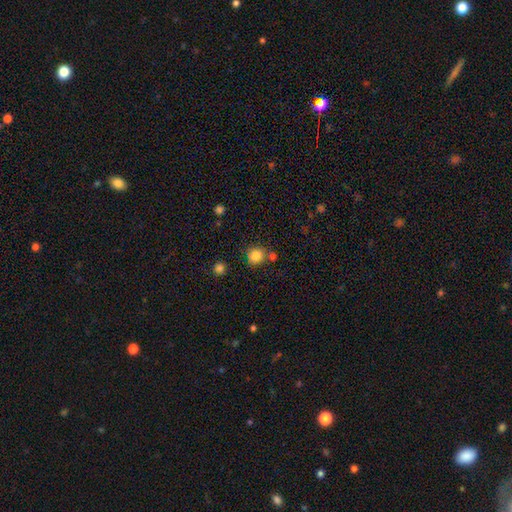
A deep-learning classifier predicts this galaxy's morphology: Smooth or featured? smooth (85%)
How rounded? round (87%)
Merging? none (72%)